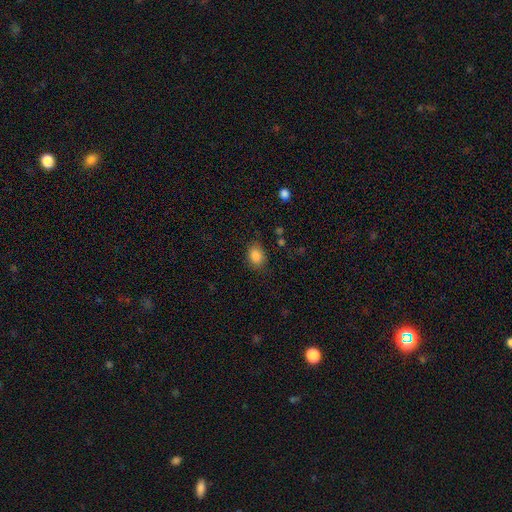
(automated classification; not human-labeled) smooth_or_featured: smooth (p=0.85) [alt: star or artifact p=0.09]
how_rounded: in between (p=0.68) [alt: round p=0.31]
merging: none (p=0.82) [alt: minor disturbance p=0.13]